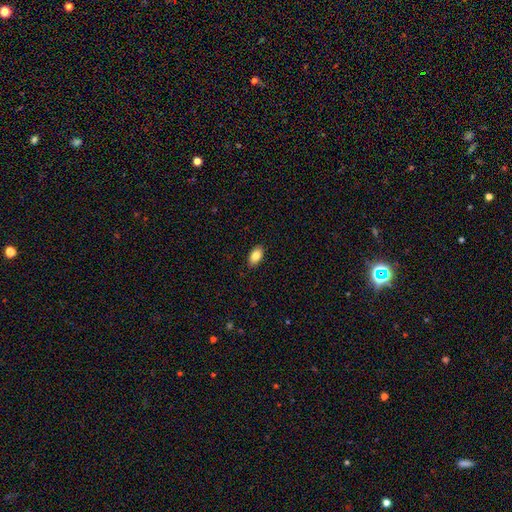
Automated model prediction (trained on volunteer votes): smooth_or_featured: smooth (p=0.84) [alt: featured or disk p=0.09]
how_rounded: in between (p=0.92) [alt: round p=0.05]
merging: none (p=0.89) [alt: minor disturbance p=0.08]